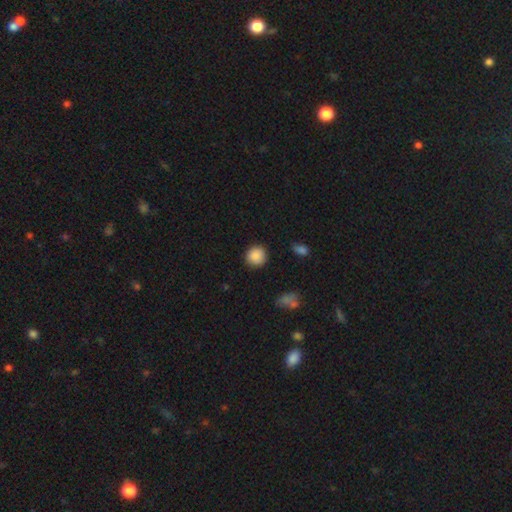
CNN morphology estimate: Smooth or featured? smooth (88%)
How rounded? round (91%)
Merging? none (88%)